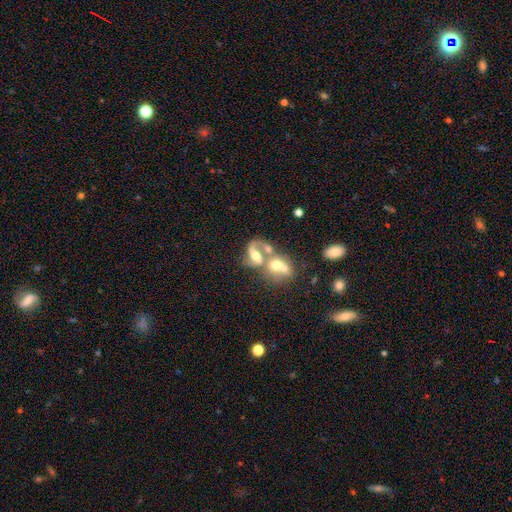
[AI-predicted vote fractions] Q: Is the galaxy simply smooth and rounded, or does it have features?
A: featured or disk — 63%.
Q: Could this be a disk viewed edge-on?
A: no — 97%.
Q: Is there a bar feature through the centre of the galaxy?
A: no — 48%.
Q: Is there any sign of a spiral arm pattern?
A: yes — 71%.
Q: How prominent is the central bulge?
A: moderate — 58%.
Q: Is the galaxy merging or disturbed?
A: merger — 71%.